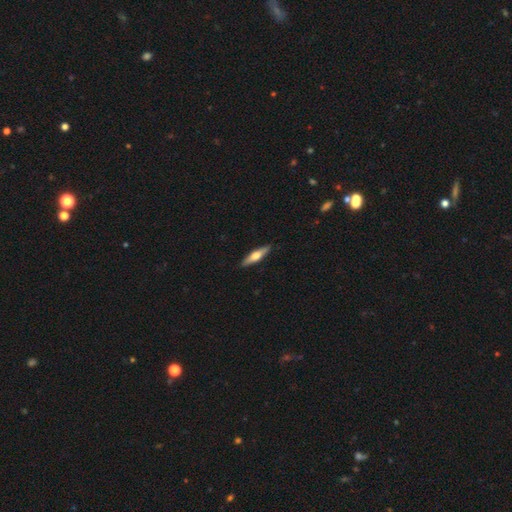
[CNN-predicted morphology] smooth 48%, featured or disk 46%, star or artifact 5%. Down the decision tree: merging — none (91%).